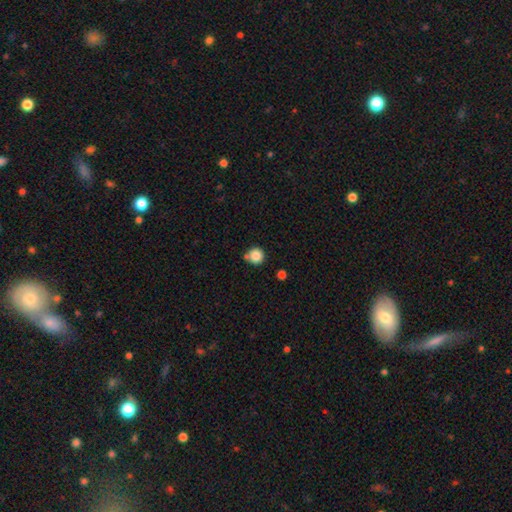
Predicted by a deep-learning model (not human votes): This is clearly a smooth galaxy (85%). How rounded: clearly round (94%). Merging: likely none (72%).